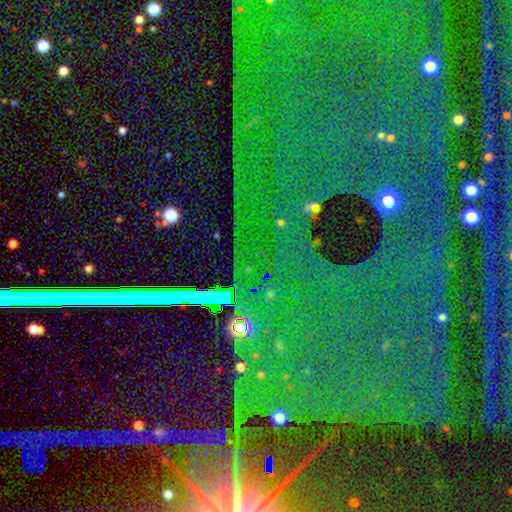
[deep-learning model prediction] This is clearly a star or artifact rather than a galaxy (82%).